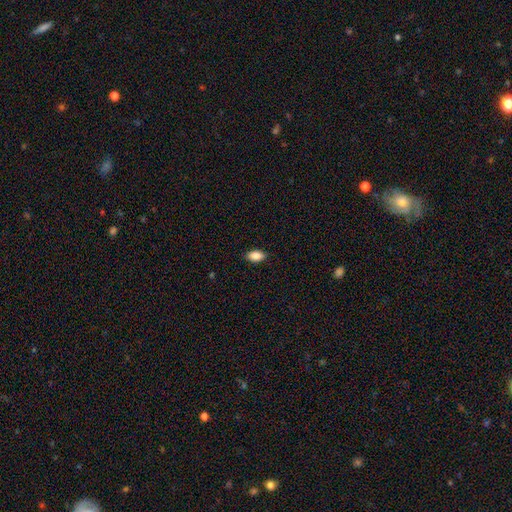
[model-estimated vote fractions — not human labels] Smooth or featured: smooth — 88% (star or artifact — 8%)
How rounded: in between — 91% (round — 6%)
Merging: none — 88% (minor disturbance — 9%)